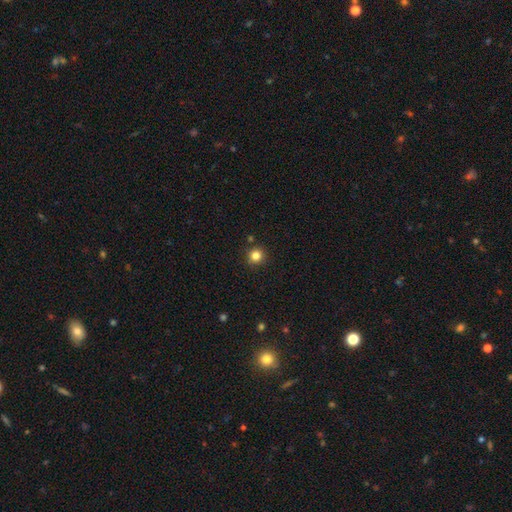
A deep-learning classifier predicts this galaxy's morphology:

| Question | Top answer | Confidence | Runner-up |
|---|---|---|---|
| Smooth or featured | smooth | 82% | star or artifact (13%) |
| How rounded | round | 93% | in between (6%) |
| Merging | none | 90% | minor disturbance (6%) |